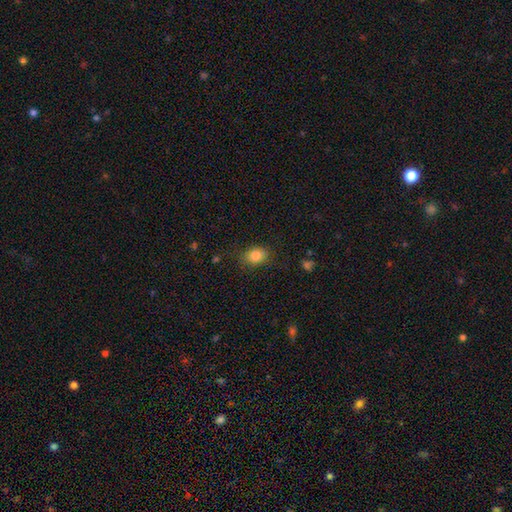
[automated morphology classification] Q: Smooth or featured?
A: smooth (83%); runner-up: star or artifact (10%)
Q: How rounded?
A: in between (60%); runner-up: round (39%)
Q: Merging?
A: none (81%); runner-up: minor disturbance (14%)